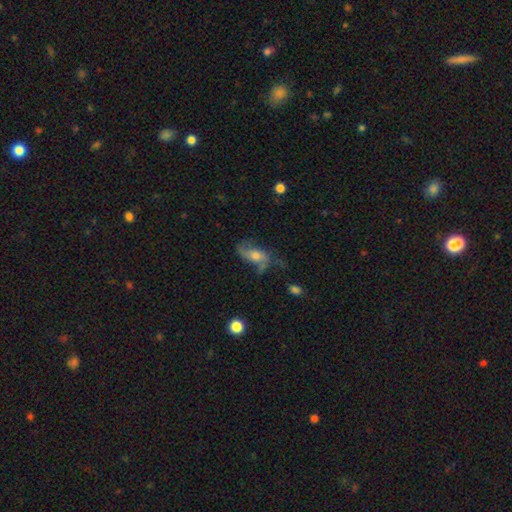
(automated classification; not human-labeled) This appears to be a featured or disk galaxy (61%) with no bar (63%), spiral arms (81%) and a moderate central bulge (54%). Merging: none (48%).